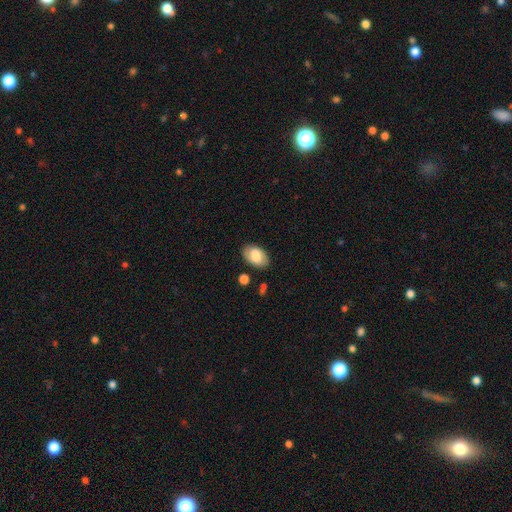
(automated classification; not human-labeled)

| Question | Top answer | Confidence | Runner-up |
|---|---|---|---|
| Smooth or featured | smooth | 75% | featured or disk (18%) |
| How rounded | in between | 93% | round (6%) |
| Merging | none | 81% | minor disturbance (13%) |